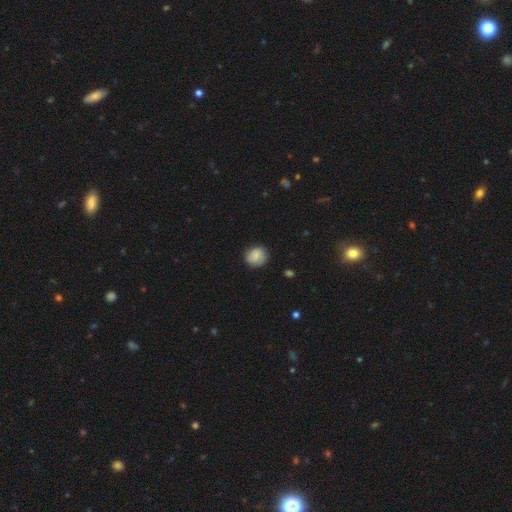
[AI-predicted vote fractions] This appears to be a smooth galaxy with no disk features (72%) that is round (80%). Merging: none (80%).